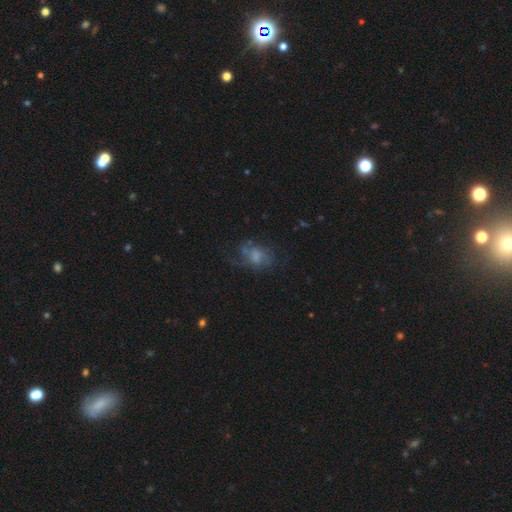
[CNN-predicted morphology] The model was most divided on "smooth or featured": featured or disk: 50%, smooth: 37%, star or artifact: 13%. Remaining: merging — none (47%).